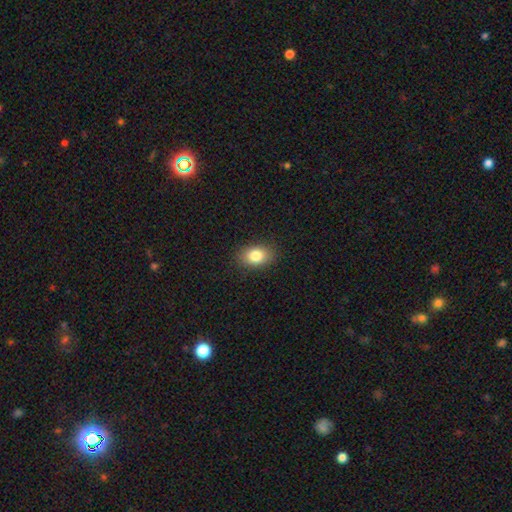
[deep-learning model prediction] Q: Smooth or featured?
A: smooth (83%); runner-up: star or artifact (9%)
Q: How rounded?
A: in between (80%); runner-up: round (18%)
Q: Merging?
A: none (87%); runner-up: minor disturbance (9%)